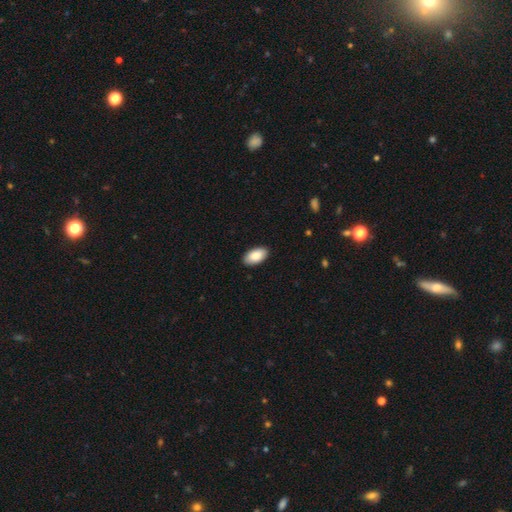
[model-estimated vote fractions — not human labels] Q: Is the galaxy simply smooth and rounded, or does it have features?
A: smooth — 89%.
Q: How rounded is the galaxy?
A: in between — 96%.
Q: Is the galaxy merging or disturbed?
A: none — 90%.